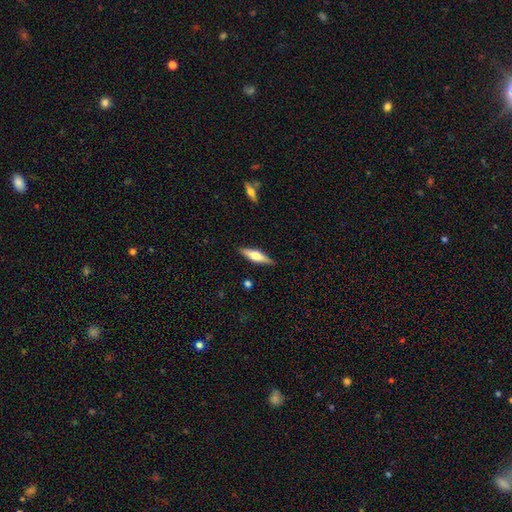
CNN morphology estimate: Smooth or featured: featured or disk — 54% (smooth — 40%)
Edge-on disk: yes — 95% (no — 5%)
Edge-on bulge: rounded — 90% (boxy — 7%)
Merging: none — 88% (minor disturbance — 9%)